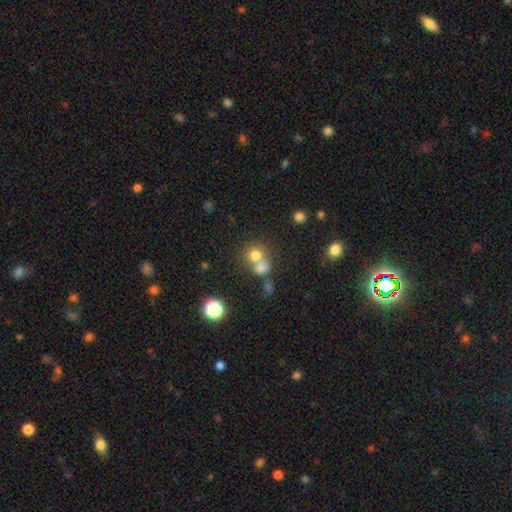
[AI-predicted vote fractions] smooth-or-featured: smooth: 73% | star or artifact: 15% | featured or disk: 12%
  how-rounded: round: 83% | in between: 16% | cigar-shaped: 1%
  merging: merger: 48% | none: 41% | minor disturbance: 7% | major disturbance: 4%